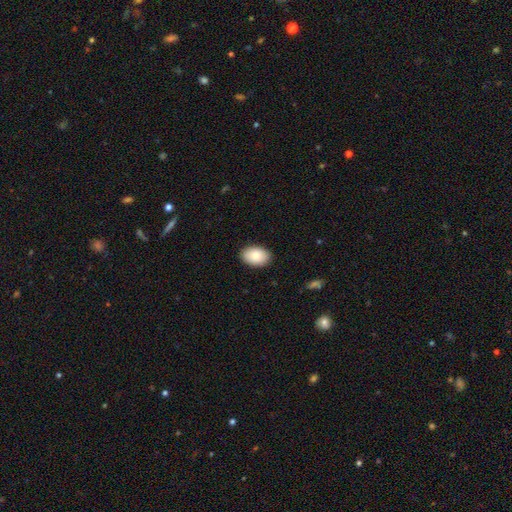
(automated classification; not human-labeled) Q: Smooth or featured?
A: smooth (84%); runner-up: featured or disk (9%)
Q: How rounded?
A: in between (88%); runner-up: round (11%)
Q: Merging?
A: none (89%); runner-up: minor disturbance (8%)